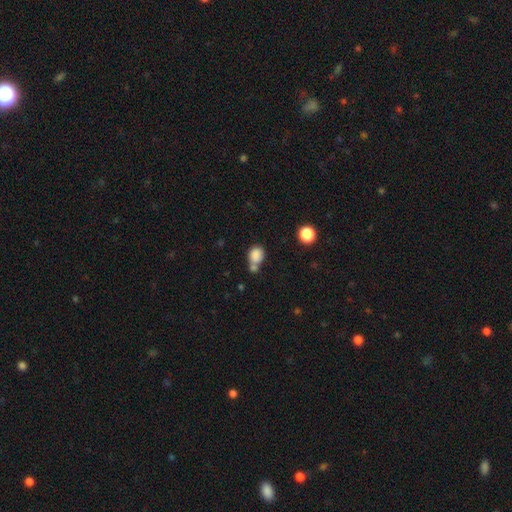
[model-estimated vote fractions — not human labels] Smooth or featured? Predicted: smooth (p=0.83). How rounded? Predicted: round (p=0.55). Merging? Predicted: merger (p=0.41).